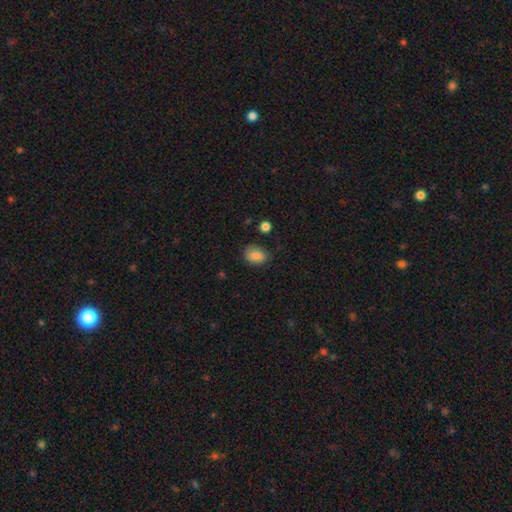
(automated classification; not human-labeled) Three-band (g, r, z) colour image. It shows a smooth galaxy with no disk features (85%) that is in between round and cigar-shaped (74%). Merging: none (72%).